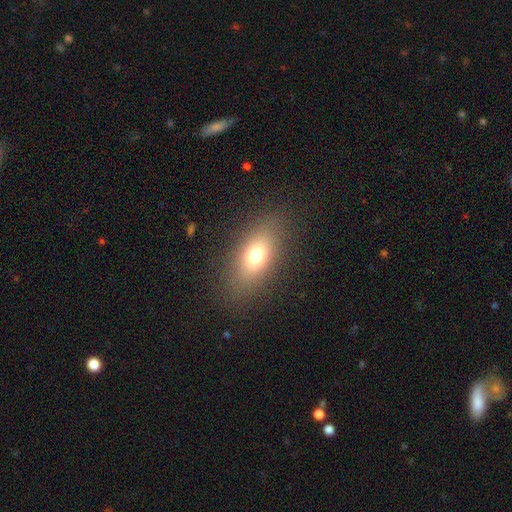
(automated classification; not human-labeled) Morphology: type=smooth (70%); roundness=in between (80%); merging=none (84%).